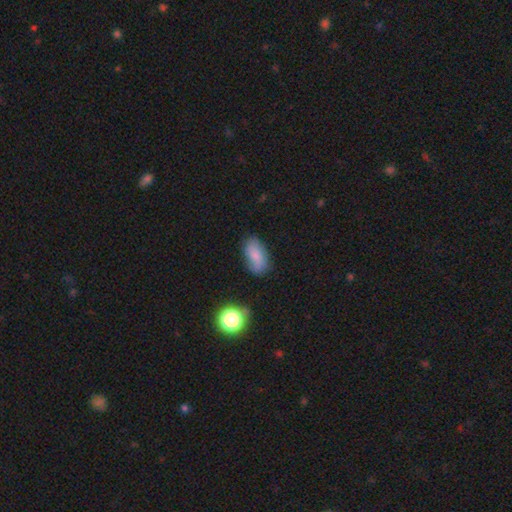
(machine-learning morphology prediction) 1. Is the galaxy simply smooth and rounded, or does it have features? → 76% smooth, 14% featured or disk, 10% star or artifact.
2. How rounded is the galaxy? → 91% in between, 5% round, 3% cigar-shaped.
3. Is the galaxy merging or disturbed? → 70% none, 22% minor disturbance, 5% major disturbance, 3% merger.